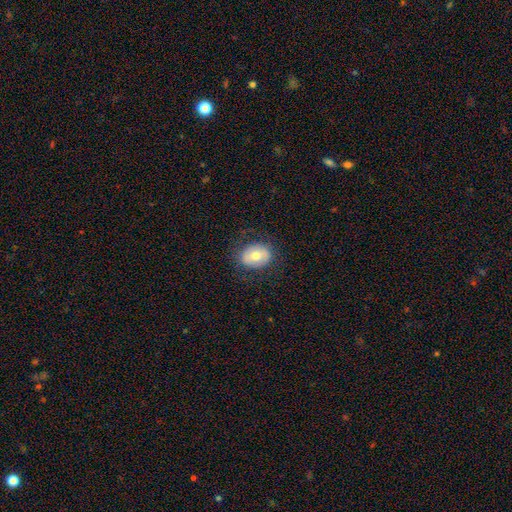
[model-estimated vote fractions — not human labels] The model was most divided on "how rounded": in between: 54%, round: 45%, cigar-shaped: 1%. More confident: merging — none (79%); smooth or featured — smooth (64%).